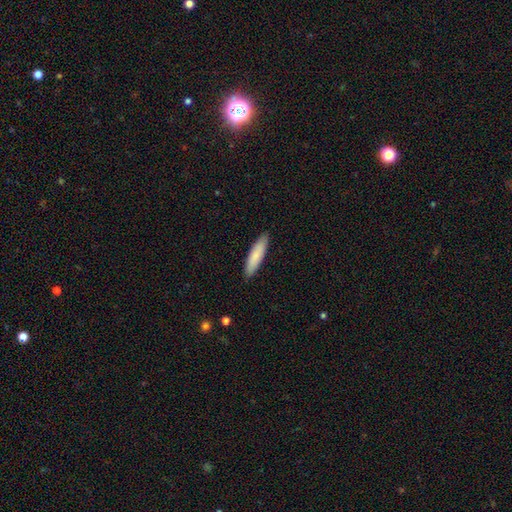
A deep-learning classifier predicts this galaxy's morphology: type=smooth (84%); roundness=cigar-shaped (76%); merging=none (90%).